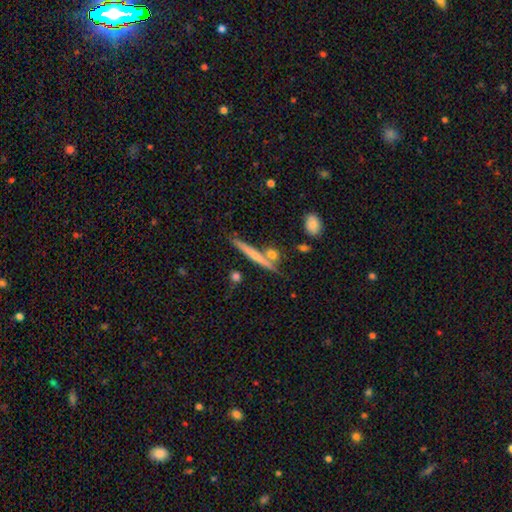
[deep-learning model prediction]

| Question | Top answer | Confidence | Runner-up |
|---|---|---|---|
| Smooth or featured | smooth | 49% | featured or disk (44%) |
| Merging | none | 75% | minor disturbance (11%) |